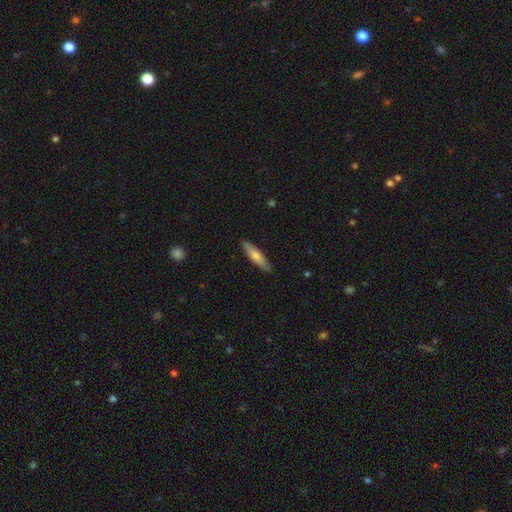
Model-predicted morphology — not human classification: Smooth or featured? Predicted: smooth (p=0.58). How rounded? Predicted: cigar-shaped (p=0.81). Merging? Predicted: none (p=0.89).